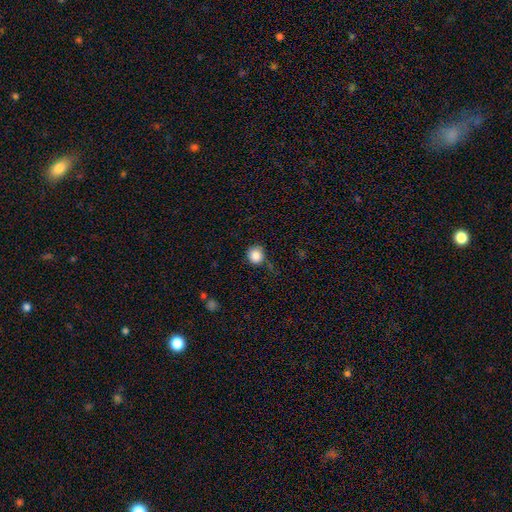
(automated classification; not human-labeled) smooth_or_featured: smooth (p=0.87) [alt: star or artifact p=0.10]
how_rounded: round (p=0.89) [alt: in between p=0.10]
merging: none (p=0.76) [alt: minor disturbance p=0.17]